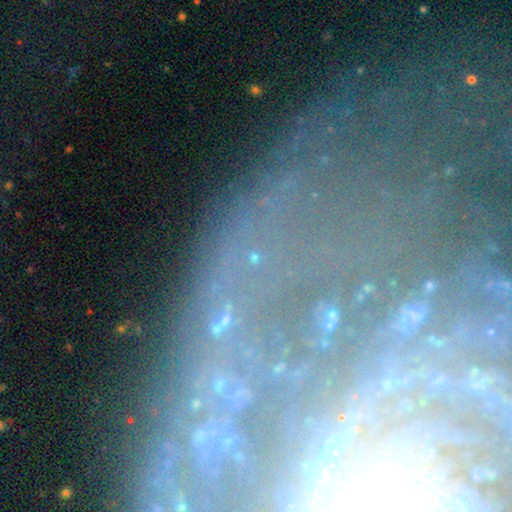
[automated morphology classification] featured or disk 42%, star or artifact 40%, smooth 18%. Down the decision tree: merging — none (58%).